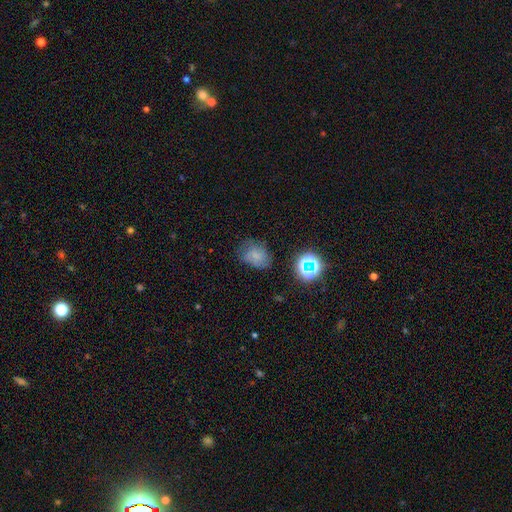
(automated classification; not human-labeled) smooth 61%, featured or disk 20%, star or artifact 19%. Down the decision tree: how rounded — in between (59%); merging — none (59%).